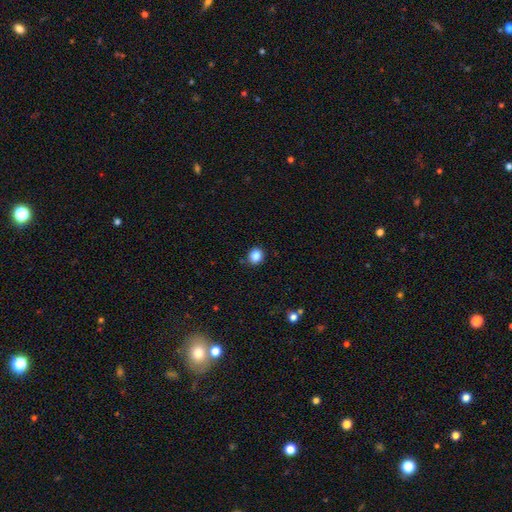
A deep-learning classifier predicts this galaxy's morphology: smooth_or_featured: smooth (p=0.85) [alt: star or artifact p=0.11]
how_rounded: round (p=0.82) [alt: in between p=0.18]
merging: none (p=0.89) [alt: minor disturbance p=0.08]